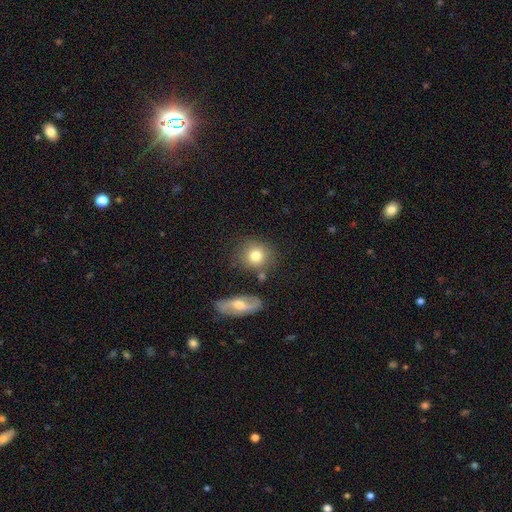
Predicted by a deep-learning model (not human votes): smooth_or_featured: smooth (p=0.79) [alt: featured or disk p=0.13]
how_rounded: round (p=0.80) [alt: in between p=0.19]
merging: none (p=0.73) [alt: minor disturbance p=0.13]